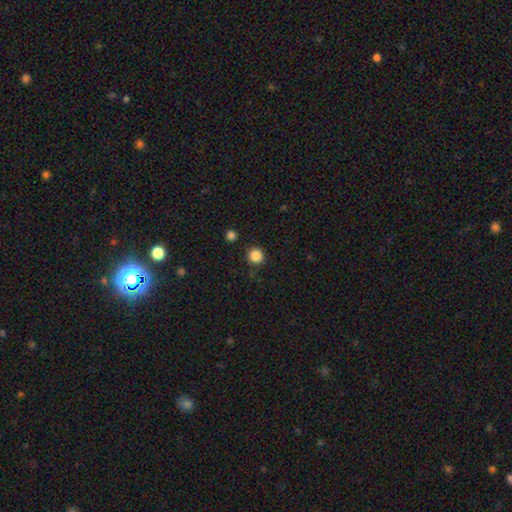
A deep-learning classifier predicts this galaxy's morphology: Q: Smooth or featured?
A: smooth (86%); runner-up: star or artifact (11%)
Q: How rounded?
A: round (94%); runner-up: in between (5%)
Q: Merging?
A: none (89%); runner-up: minor disturbance (6%)